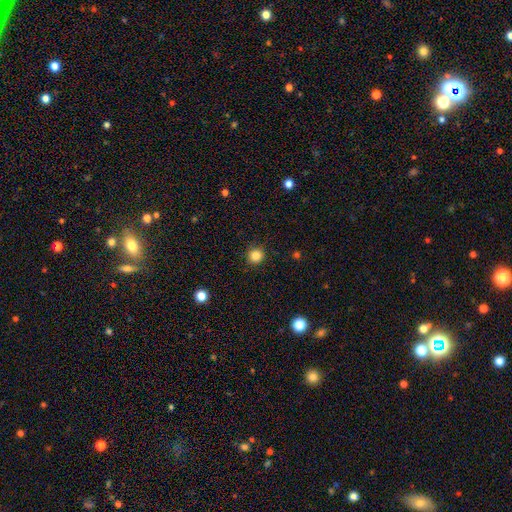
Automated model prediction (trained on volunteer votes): smooth 84%, star or artifact 12%, featured or disk 4%. Down the decision tree: how rounded — round (94%); merging — none (91%).